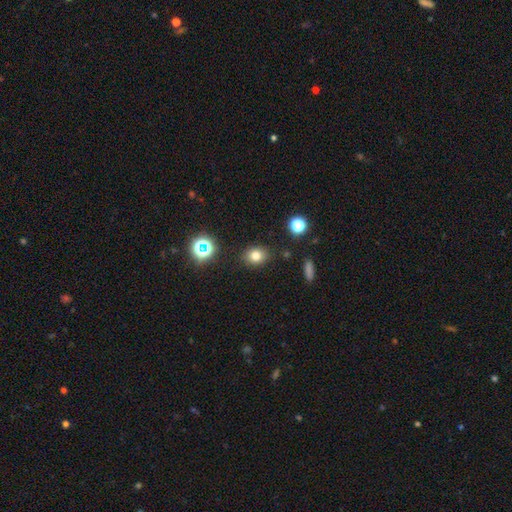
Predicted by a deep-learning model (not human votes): smooth 76%, star or artifact 16%, featured or disk 8%. Down the decision tree: how rounded — round (52%); merging — none (85%).